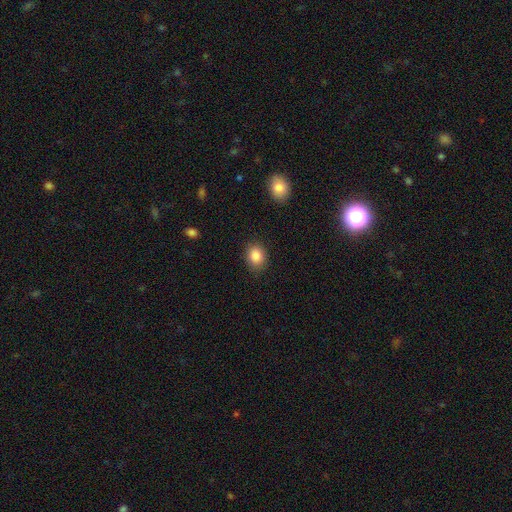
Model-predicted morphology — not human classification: Q: Smooth or featured?
A: smooth (87%); runner-up: star or artifact (9%)
Q: How rounded?
A: round (50%); runner-up: in between (49%)
Q: Merging?
A: none (85%); runner-up: minor disturbance (11%)